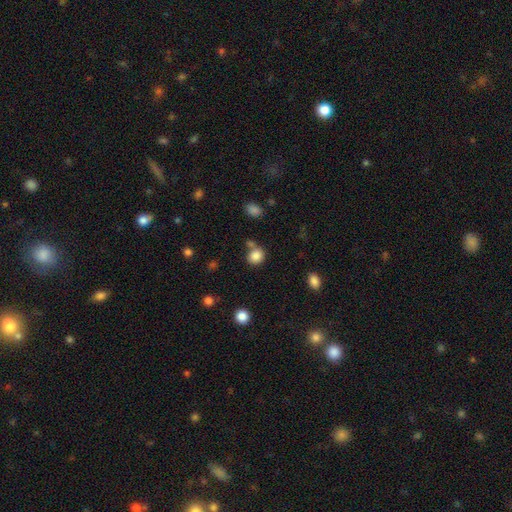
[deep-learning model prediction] Smooth or featured?
  - smooth: 84% *
  - star or artifact: 10%
  - featured or disk: 5%
How rounded?
  - round: 76% *
  - in between: 23%
  - cigar-shaped: 1%
Merging?
  - none: 64% *
  - merger: 19%
  - minor disturbance: 13%
  - major disturbance: 5%